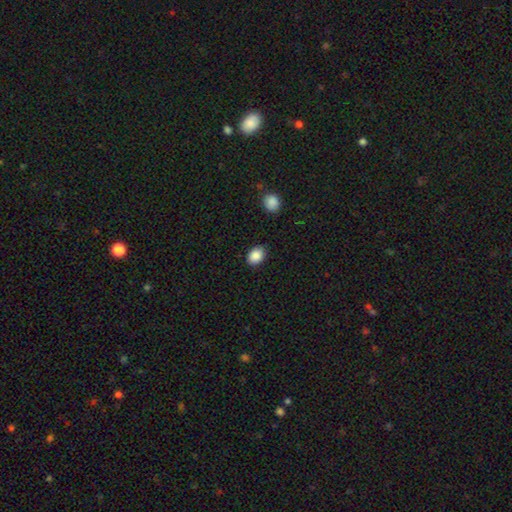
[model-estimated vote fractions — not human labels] Overall: smooth (88%). How rounded: in between (73%). Merging: none (84%).